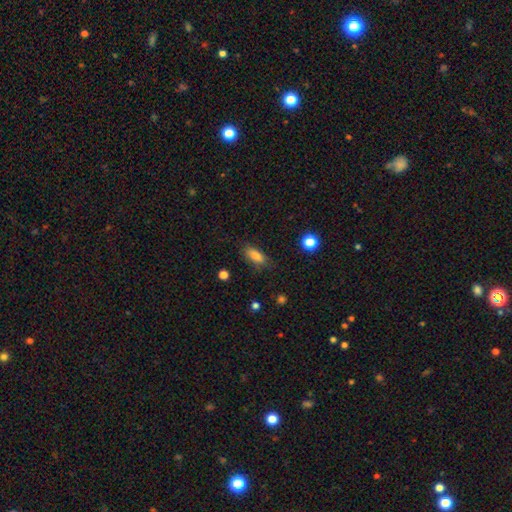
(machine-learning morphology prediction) Smooth or featured? smooth (82%)
How rounded? in between (79%)
Merging? none (80%)